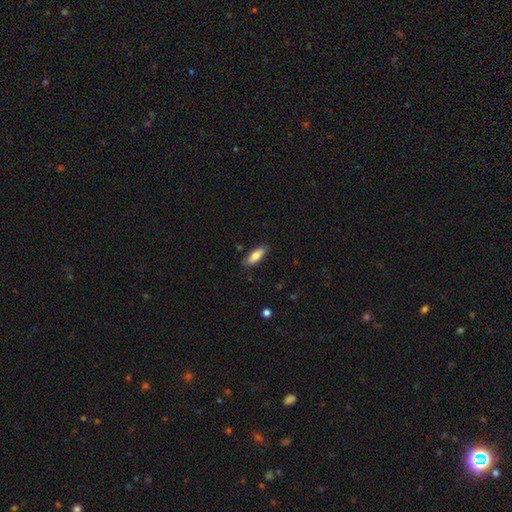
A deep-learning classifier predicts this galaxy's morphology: Smooth or featured: smooth — 78% (featured or disk — 16%)
How rounded: in between — 65% (cigar-shaped — 33%)
Merging: none — 84% (minor disturbance — 13%)